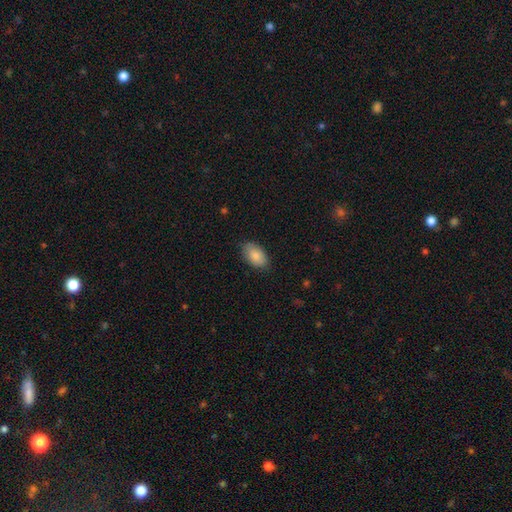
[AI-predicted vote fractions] The model was most divided on "merging": none: 82%, minor disturbance: 14%, major disturbance: 3%, merger: 1%. More confident: how rounded — in between (94%); smooth or featured — smooth (86%).